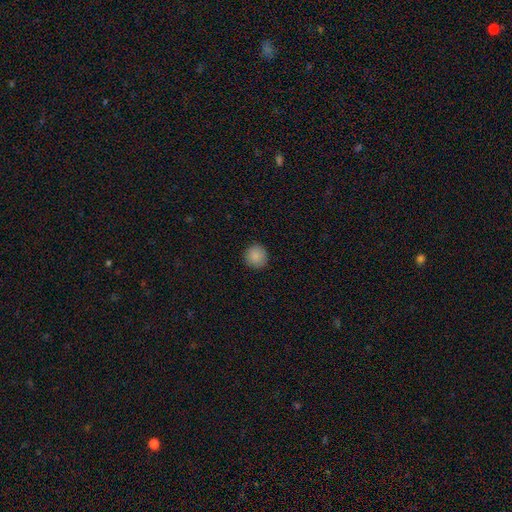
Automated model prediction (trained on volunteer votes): A smooth galaxy with no disk features (87%) that is round (94%).

Vote fractions:
- Smooth or featured? smooth: 87% / star or artifact: 9% / featured or disk: 3%
- How rounded? round: 94% / in between: 5% / cigar-shaped: 1%
- Merging? none: 91% / minor disturbance: 6% / major disturbance: 2% / merger: 1%